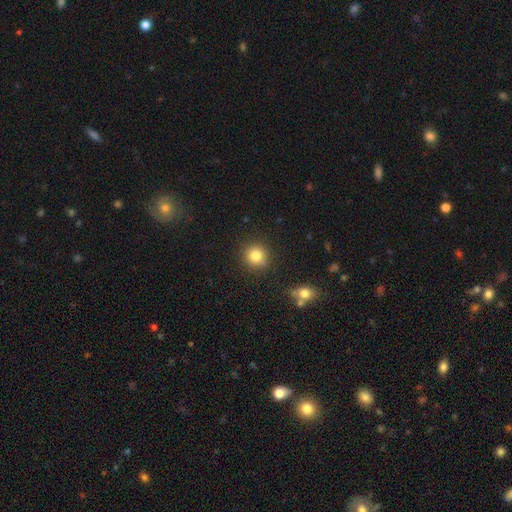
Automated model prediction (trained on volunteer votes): smooth 82%, star or artifact 12%, featured or disk 7%. Down the decision tree: how rounded — round (91%); merging — none (86%).